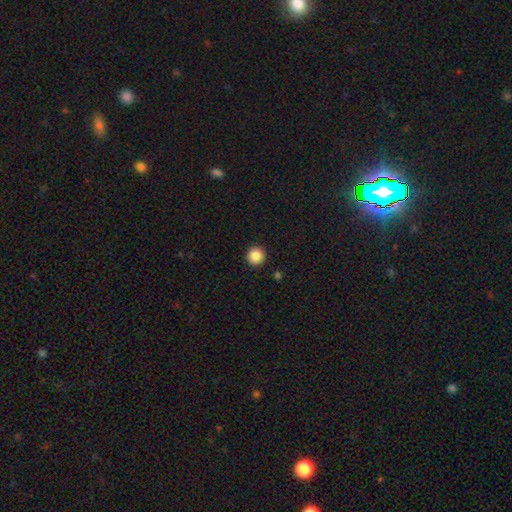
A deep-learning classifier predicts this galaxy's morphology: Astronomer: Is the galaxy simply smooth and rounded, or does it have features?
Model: smooth — 87%.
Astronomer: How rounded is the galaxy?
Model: round — 96%.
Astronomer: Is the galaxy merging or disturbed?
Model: none — 93%.